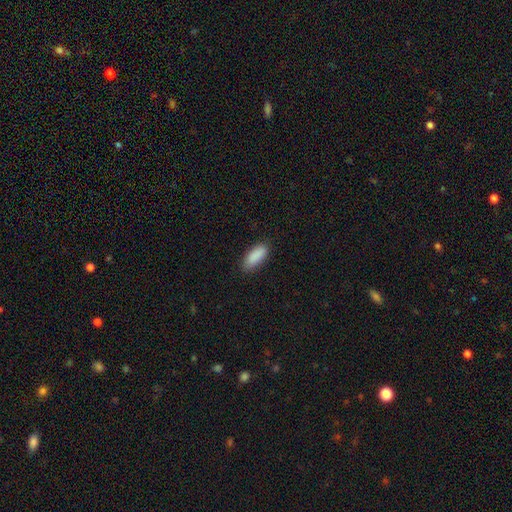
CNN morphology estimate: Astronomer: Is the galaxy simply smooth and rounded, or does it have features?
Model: smooth — 90%.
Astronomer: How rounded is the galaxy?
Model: in between — 78%.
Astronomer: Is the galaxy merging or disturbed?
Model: none — 83%.